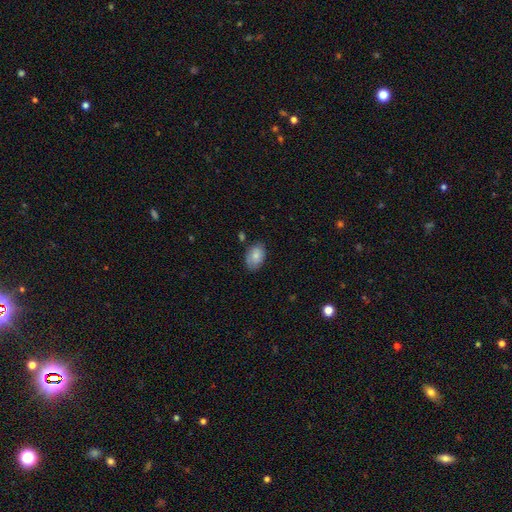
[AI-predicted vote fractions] The model was most divided on "merging": none: 73%, minor disturbance: 20%, major disturbance: 4%, merger: 3%. More confident: how rounded — in between (85%); smooth or featured — smooth (76%).